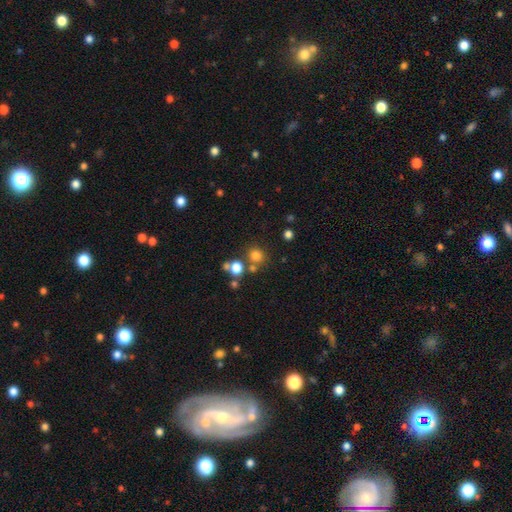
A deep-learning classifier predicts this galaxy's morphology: smooth_or_featured: smooth (p=0.75) [alt: star or artifact p=0.17]
how_rounded: round (p=0.88) [alt: in between p=0.11]
merging: none (p=0.70) [alt: merger p=0.18]